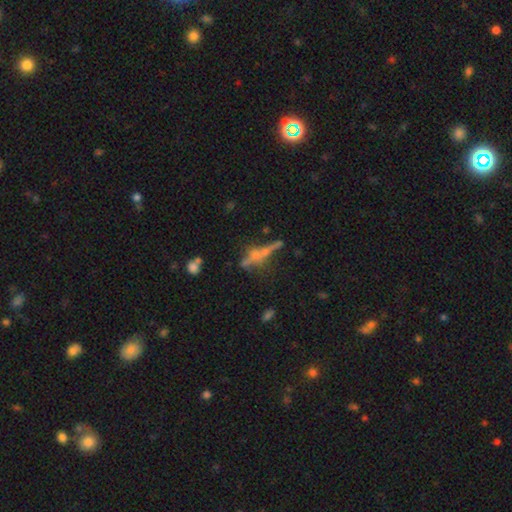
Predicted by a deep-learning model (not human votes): Smooth or featured: featured or disk — 52% (smooth — 27%)
Edge-on disk: yes — 70% (no — 30%)
Merging: none — 56% (merger — 19%)